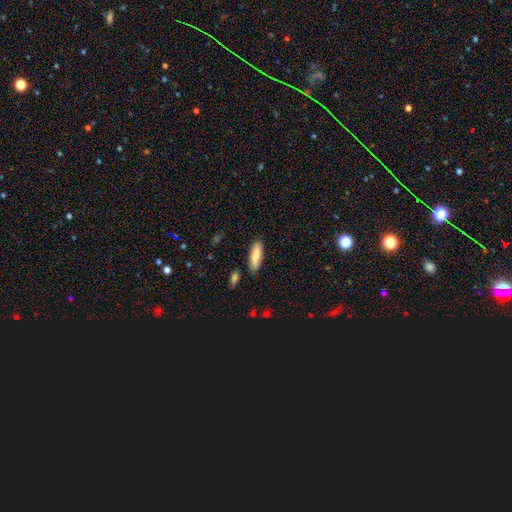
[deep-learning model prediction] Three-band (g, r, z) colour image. It shows a smooth galaxy with no disk features (82%) that is in between round and cigar-shaped (54%). Merging: none (83%).